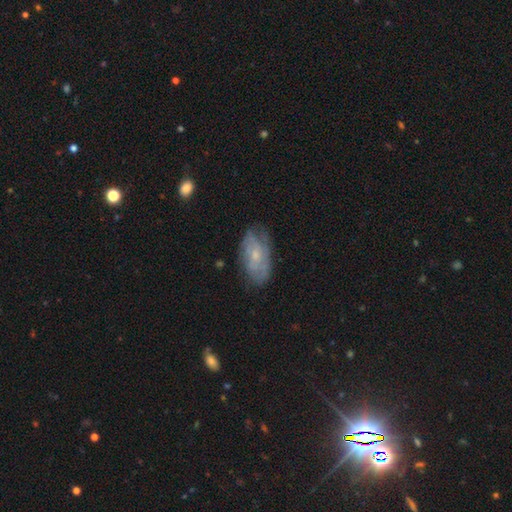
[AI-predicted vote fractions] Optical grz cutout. It shows a featured or disk galaxy (62%) with no bar (74%), spiral arms (76%) and a small central bulge (65%). Merging: none (69%).